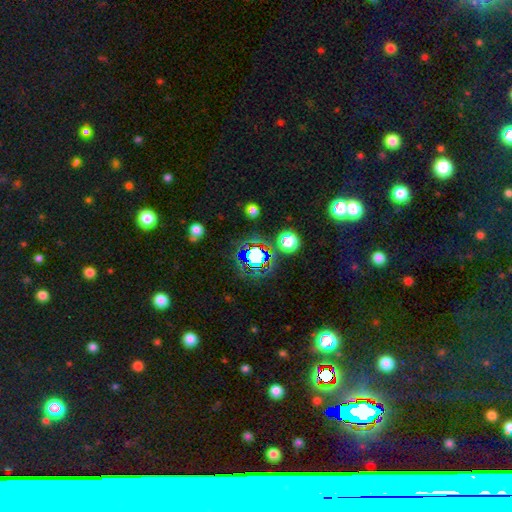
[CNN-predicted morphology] The model was most divided on "smooth or featured": star or artifact: 62%, smooth: 26%, featured or disk: 12%.